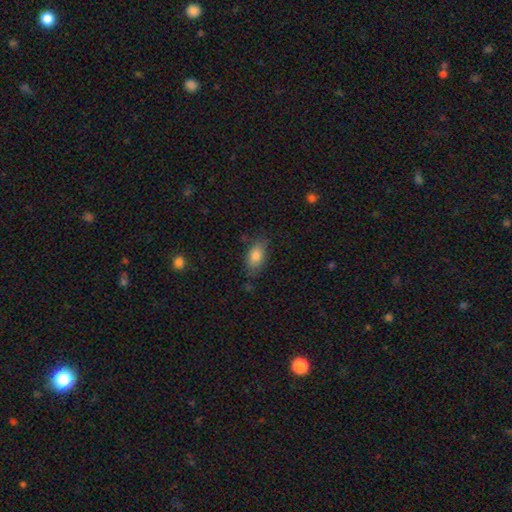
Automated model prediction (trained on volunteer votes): A smooth galaxy with no disk features (82%) that is in between round and cigar-shaped (89%). Merging: none (75%).